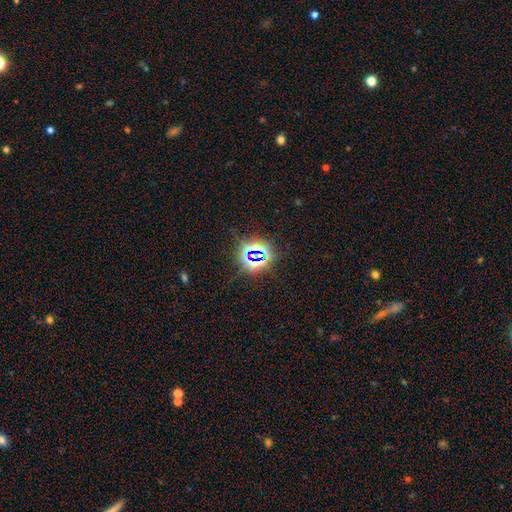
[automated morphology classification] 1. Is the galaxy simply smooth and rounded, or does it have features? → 79% star or artifact, 13% smooth, 8% featured or disk.